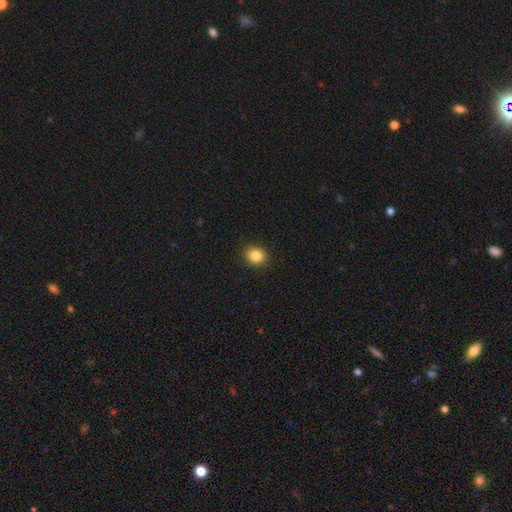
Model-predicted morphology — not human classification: The model was most divided on "how rounded": round: 64%, in between: 36%, cigar-shaped: 1%. More confident: merging — none (91%); smooth or featured — smooth (84%).